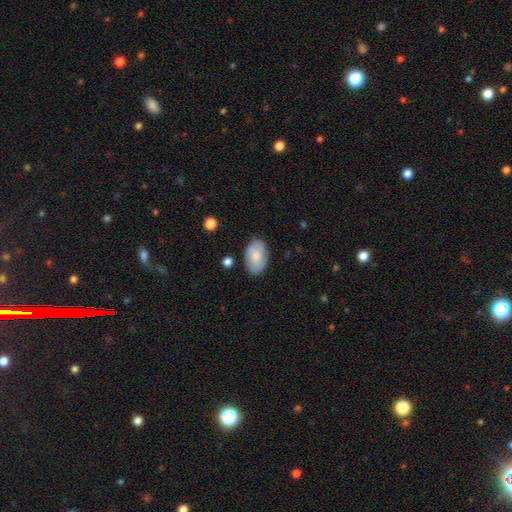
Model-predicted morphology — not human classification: The model was most divided on "smooth or featured": smooth: 75%, featured or disk: 18%, star or artifact: 6%. More confident: how rounded — in between (93%); merging — none (79%).